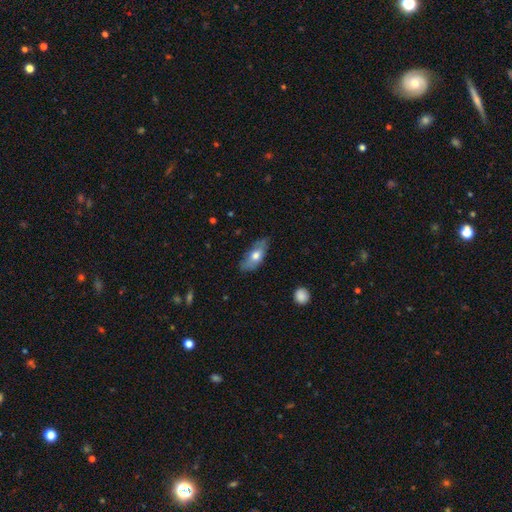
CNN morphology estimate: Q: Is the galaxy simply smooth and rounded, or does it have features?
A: smooth — 61%.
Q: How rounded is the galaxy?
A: in between — 80%.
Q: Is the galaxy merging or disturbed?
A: none — 72%.